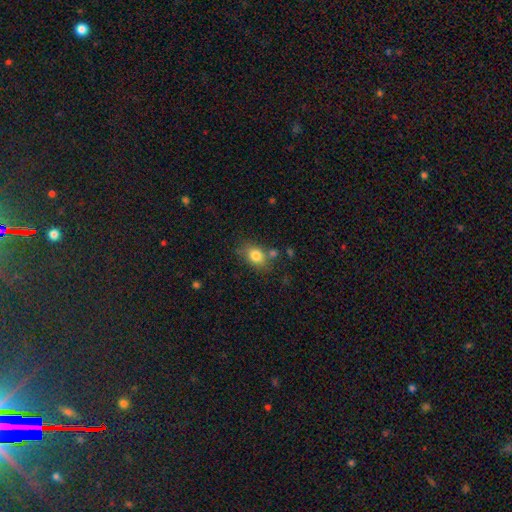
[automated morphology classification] A smooth galaxy with no disk features (81%) that is in between round and cigar-shaped (64%). Merging: none (67%).